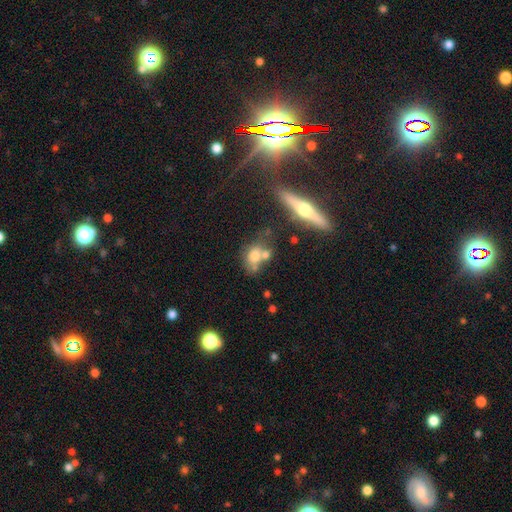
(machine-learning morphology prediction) This is likely a smooth galaxy (64%). How rounded: likely in between (63%). Merging: marginally merger (40%).